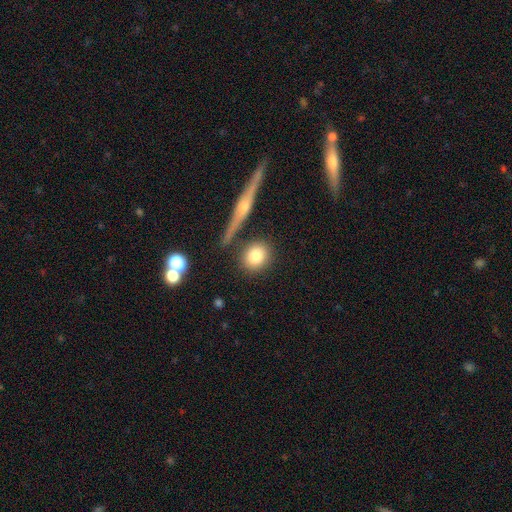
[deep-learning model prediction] Smooth or featured? Predicted: smooth (p=0.80). How rounded? Predicted: round (p=0.81). Merging? Predicted: none (p=0.81).